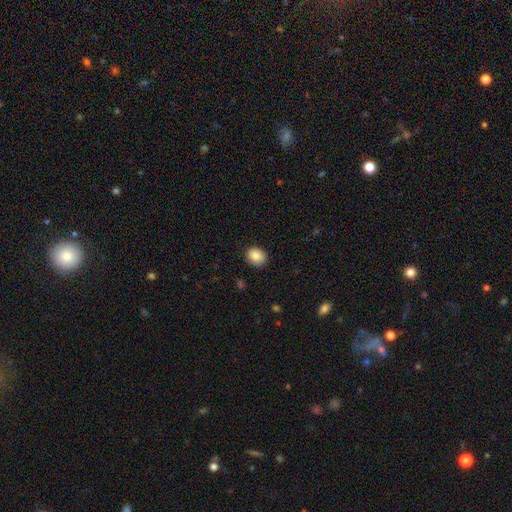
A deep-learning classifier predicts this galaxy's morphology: smooth_or_featured: smooth (p=0.88) [alt: star or artifact p=0.08]
how_rounded: round (p=0.56) [alt: in between p=0.43]
merging: none (p=0.86) [alt: minor disturbance p=0.10]